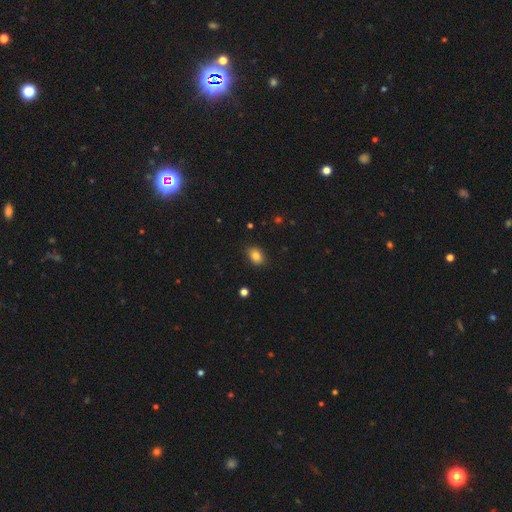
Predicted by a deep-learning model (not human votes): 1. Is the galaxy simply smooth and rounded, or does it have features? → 83% smooth, 10% star or artifact, 7% featured or disk.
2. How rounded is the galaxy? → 66% in between, 33% round, 1% cigar-shaped.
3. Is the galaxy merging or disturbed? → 86% none, 10% minor disturbance, 2% major disturbance, 1% merger.